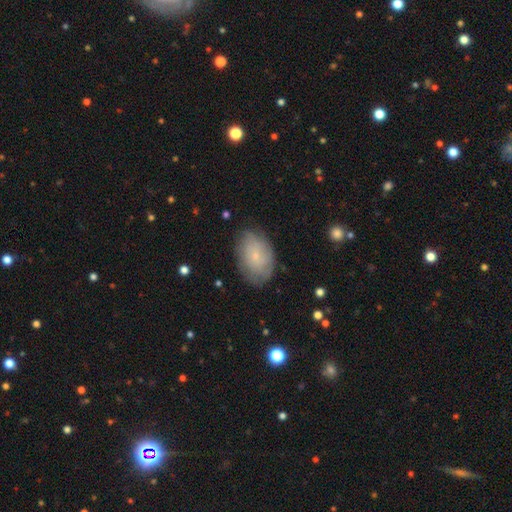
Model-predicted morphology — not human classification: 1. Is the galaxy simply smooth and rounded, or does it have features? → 61% smooth, 31% featured or disk, 8% star or artifact.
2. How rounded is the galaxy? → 86% in between, 12% round, 1% cigar-shaped.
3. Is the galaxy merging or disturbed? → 75% none, 18% minor disturbance, 5% major disturbance, 1% merger.